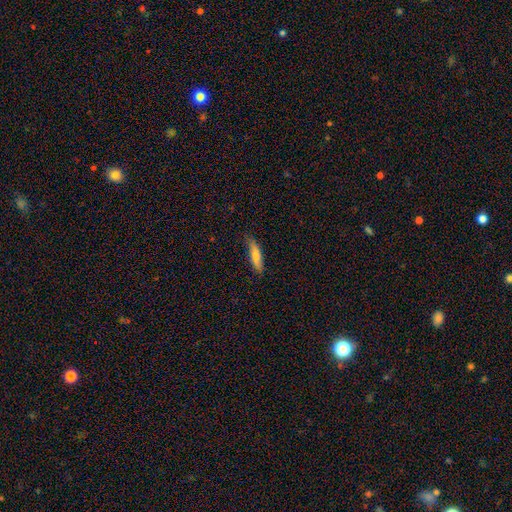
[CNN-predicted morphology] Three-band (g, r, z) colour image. It shows a smooth galaxy with no disk features (81%) that is cigar-shaped (69%). Merging: none (73%).